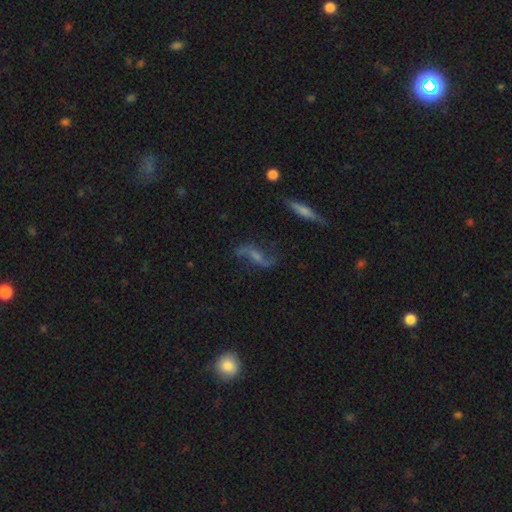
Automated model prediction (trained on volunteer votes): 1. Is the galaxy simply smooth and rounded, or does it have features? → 76% featured or disk, 14% smooth, 10% star or artifact.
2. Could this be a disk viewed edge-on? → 89% no, 11% yes.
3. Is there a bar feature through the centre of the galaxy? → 41% weak (tied), 41% no (tied), 18% strong.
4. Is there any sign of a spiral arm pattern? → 92% yes, 8% no.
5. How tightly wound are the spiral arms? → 84% loose, 12% medium, 4% tight.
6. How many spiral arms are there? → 92% 2, 3% can't tell, 3% 1, 1% 3, 1% 4, 1% more than 4.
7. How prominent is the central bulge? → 40% none, 33% small, 20% moderate, 5% large, 2% dominant.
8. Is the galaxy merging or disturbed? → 70% none, 17% minor disturbance, 10% major disturbance, 3% merger.